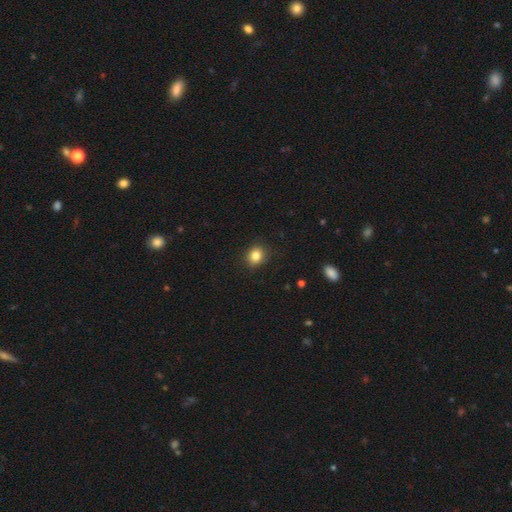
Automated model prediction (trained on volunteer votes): Smooth or featured?
  - smooth: 84% *
  - star or artifact: 11%
  - featured or disk: 5%
How rounded?
  - round: 66% *
  - in between: 33%
  - cigar-shaped: 1%
Merging?
  - none: 87% *
  - minor disturbance: 10%
  - major disturbance: 2%
  - merger: 1%